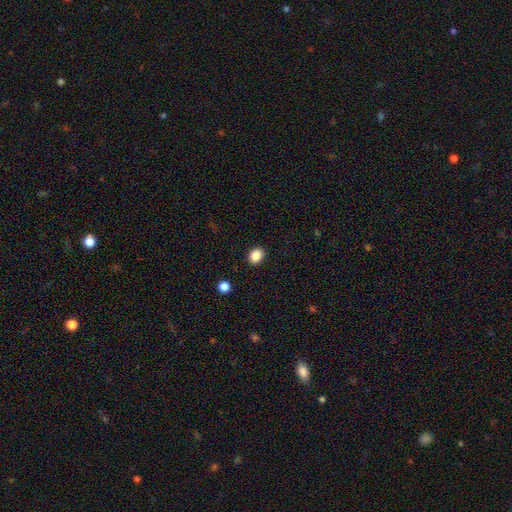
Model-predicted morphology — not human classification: This appears to be a smooth galaxy with no disk features (86%) that is round (52%). Merging: none (90%).